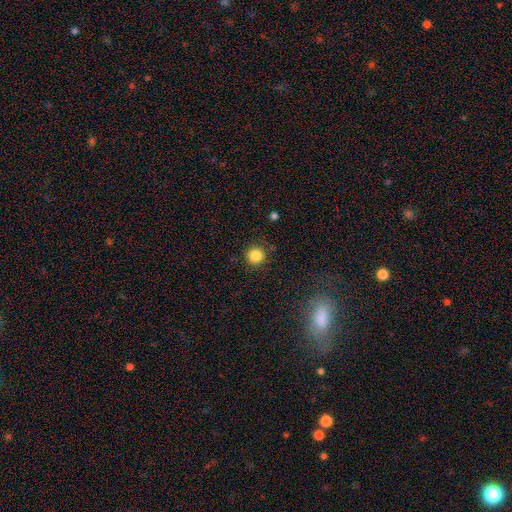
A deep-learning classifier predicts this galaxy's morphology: The model was most divided on "smooth or featured": smooth: 84%, star or artifact: 11%, featured or disk: 4%. More confident: how rounded — round (95%); merging — none (89%).